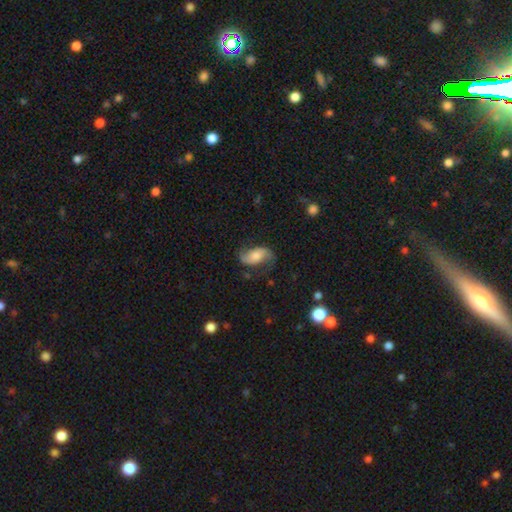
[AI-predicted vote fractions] Smooth or featured?
  - featured or disk: 62% *
  - smooth: 30%
  - star or artifact: 7%
Edge-on disk?
  - no: 95% *
  - yes: 5%
Bar?
  - no: 55% *
  - weak: 31%
  - strong: 14%
Spiral arms?
  - yes: 91% *
  - no: 9%
Spiral winding?
  - loose: 59% *
  - medium: 30%
  - tight: 10%
Spiral arm count?
  - 2: 89% *
  - can't tell: 4%
  - 1: 4%
  - 3: 1%
  - 4: 1%
  - more than 4: 1%
Bulge size?
  - moderate: 42% *
  - small: 30%
  - large: 15%
  - none: 9%
  - dominant: 3%
Merging?
  - none: 66% *
  - minor disturbance: 20%
  - major disturbance: 12%
  - merger: 2%